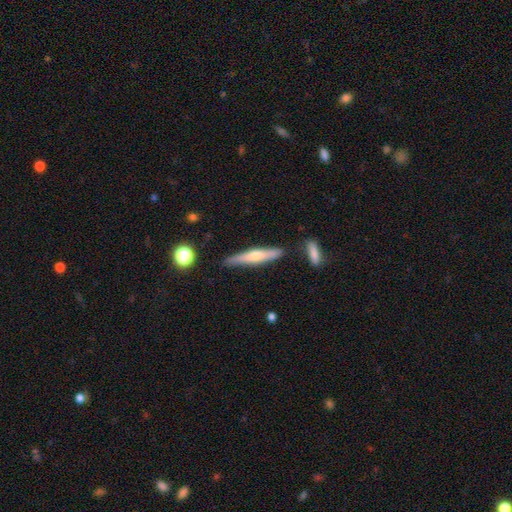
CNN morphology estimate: This is possibly a smooth galaxy (48%). Merging: likely none (80%).